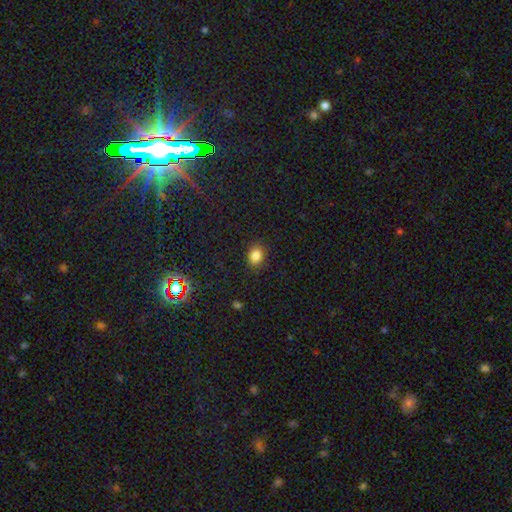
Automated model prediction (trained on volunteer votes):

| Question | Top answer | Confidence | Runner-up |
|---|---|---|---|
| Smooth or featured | smooth | 84% | star or artifact (12%) |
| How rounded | in between | 55% | round (44%) |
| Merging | none | 87% | minor disturbance (9%) |